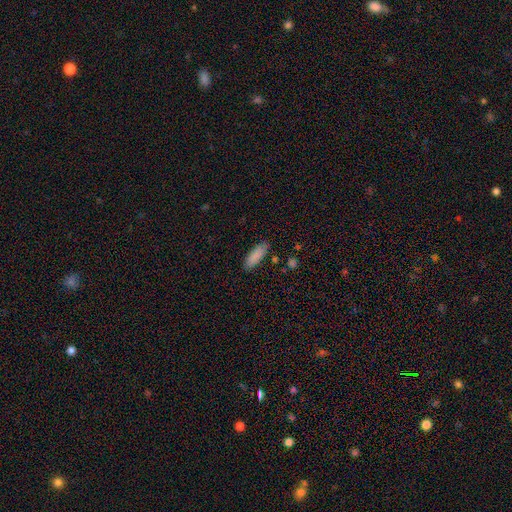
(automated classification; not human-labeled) Smooth or featured? smooth (87%)
How rounded? in between (57%)
Merging? none (85%)